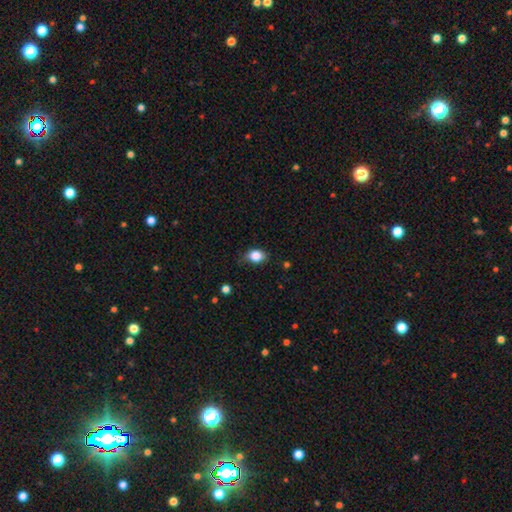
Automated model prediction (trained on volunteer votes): A smooth galaxy with no disk features (85%) that is in between round and cigar-shaped (68%). Merging: none (72%).